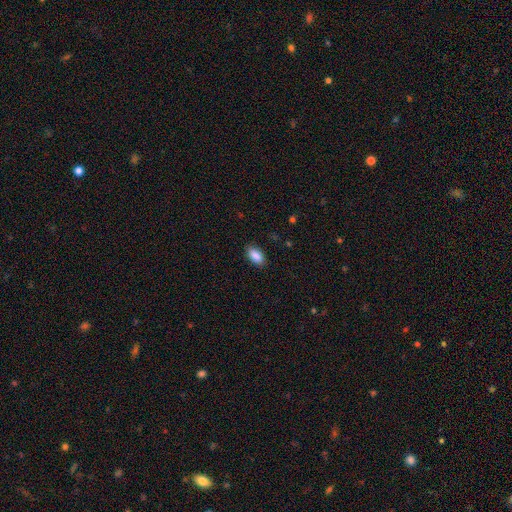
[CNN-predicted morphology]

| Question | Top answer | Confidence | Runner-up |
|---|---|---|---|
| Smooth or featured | smooth | 89% | star or artifact (7%) |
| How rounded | in between | 93% | cigar-shaped (4%) |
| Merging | none | 87% | minor disturbance (10%) |